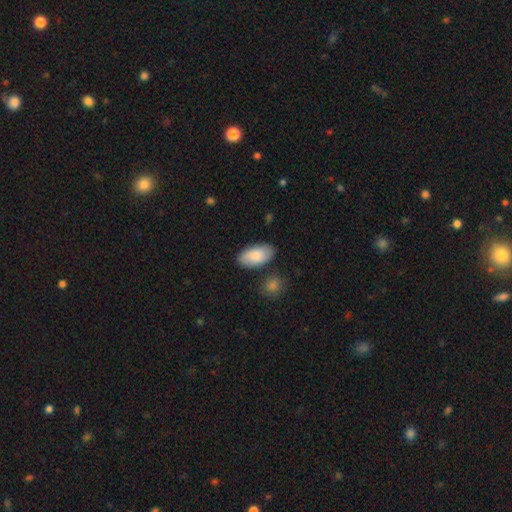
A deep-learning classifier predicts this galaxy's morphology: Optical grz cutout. It shows a smooth galaxy with no disk features (84%) that is in between round and cigar-shaped (95%). Merging: none (80%).